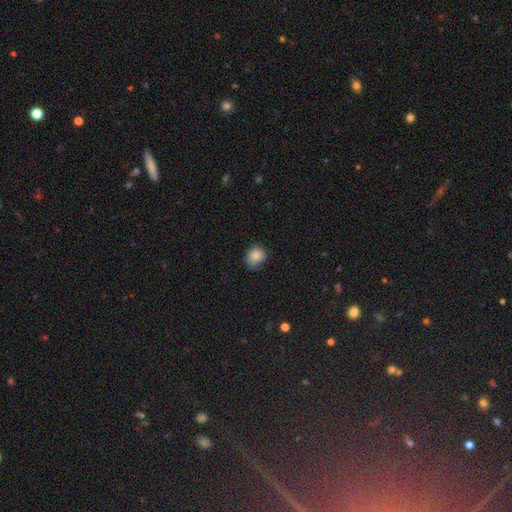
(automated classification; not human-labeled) Smooth or featured? Predicted: smooth (p=0.85). How rounded? Predicted: round (p=0.66). Merging? Predicted: none (p=0.68).